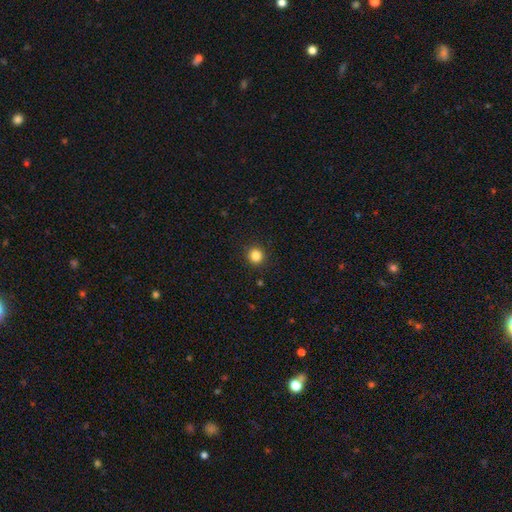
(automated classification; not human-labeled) smooth-or-featured: smooth: 84% | star or artifact: 12% | featured or disk: 4%
  how-rounded: round: 93% | in between: 6% | cigar-shaped: 1%
  merging: none: 92% | minor disturbance: 5% | major disturbance: 2% | merger: 1%